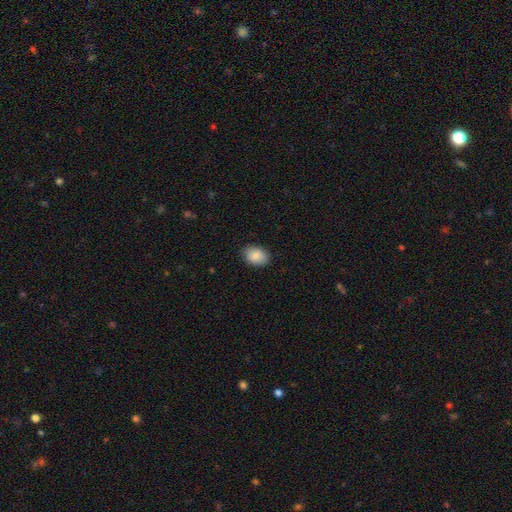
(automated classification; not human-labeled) This is clearly a smooth galaxy (88%). How rounded: likely in between (76%). Merging: clearly none (88%).